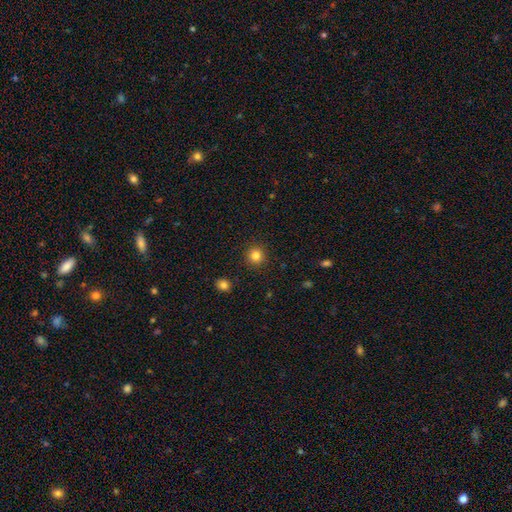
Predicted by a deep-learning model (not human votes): This appears to be a smooth galaxy with no disk features (83%) that is round (94%). Merging: none (92%).